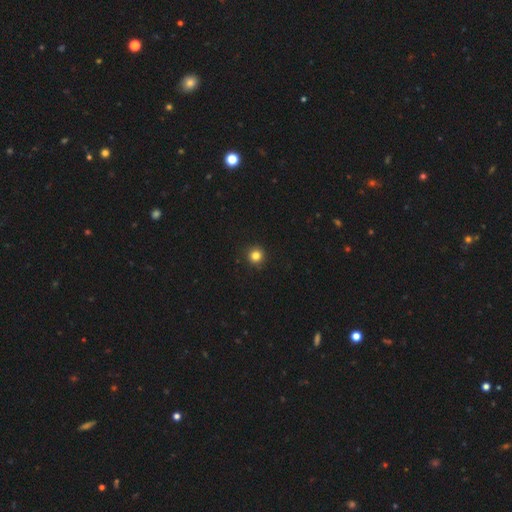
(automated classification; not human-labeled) This is clearly a smooth galaxy (83%). How rounded: clearly round (95%). Merging: clearly none (93%).